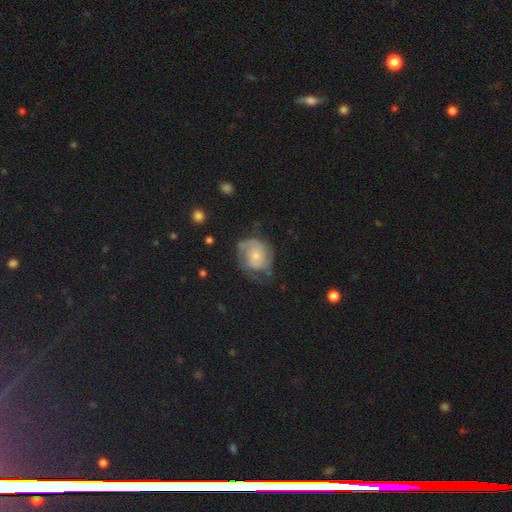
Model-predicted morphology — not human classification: smooth-or-featured: featured or disk: 62% | smooth: 31% | star or artifact: 7%
  disk-edge-on: no: 97% | yes: 3%
    bar: no: 78% | weak: 19% | strong: 3%
    has-spiral-arms: yes: 81% | no: 19%
    bulge-size: small: 57% | moderate: 35% | none: 4% | large: 3% | dominant: 1%
  merging: none: 50% | minor disturbance: 28% | major disturbance: 20% | merger: 2%